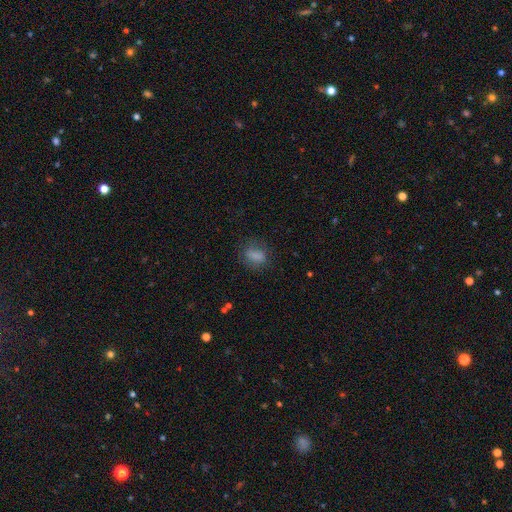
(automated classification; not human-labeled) Smooth or featured?
  - smooth: 81% *
  - featured or disk: 10%
  - star or artifact: 10%
How rounded?
  - in between: 74% *
  - round: 22%
  - cigar-shaped: 4%
Merging?
  - none: 70% *
  - minor disturbance: 18%
  - major disturbance: 9%
  - merger: 2%